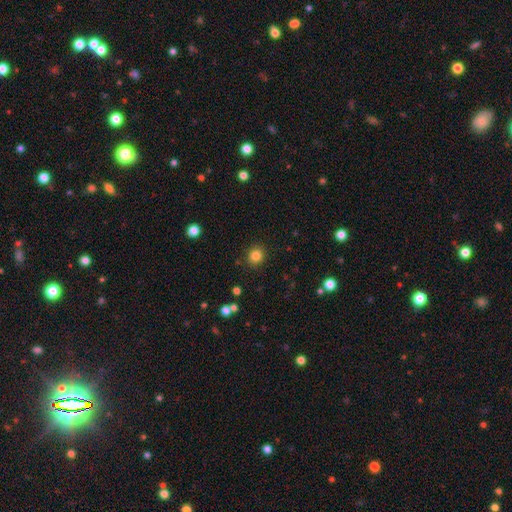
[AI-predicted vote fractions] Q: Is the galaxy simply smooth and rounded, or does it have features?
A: smooth — 83%.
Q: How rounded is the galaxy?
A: round — 85%.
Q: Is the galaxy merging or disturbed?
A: none — 90%.